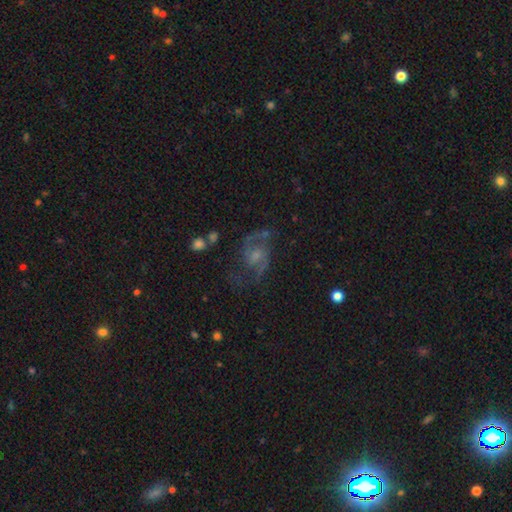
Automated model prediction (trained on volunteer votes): This is clearly a featured or disk galaxy (82%). It is clearly not viewed edge-on (98%). Bar: possibly no (51%). Spiral arm pattern: clearly yes (94%). Spiral arm count: clearly 2 (90%). Spiral winding: possibly medium (55%). Central bulge: marginally small (42%). Merging: likely none (65%).